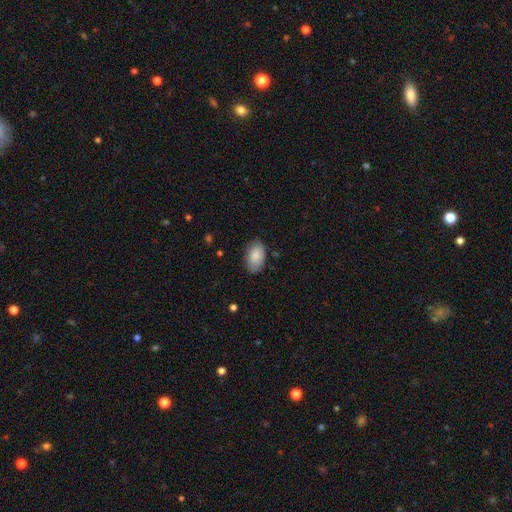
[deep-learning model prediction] A smooth galaxy with no disk features (86%) that is in between round and cigar-shaped (94%).

Vote fractions:
- Smooth or featured? smooth: 86% / featured or disk: 8% / star or artifact: 6%
- How rounded? in between: 94% / round: 5% / cigar-shaped: 1%
- Merging? none: 83% / minor disturbance: 14% / major disturbance: 3% / merger: 1%